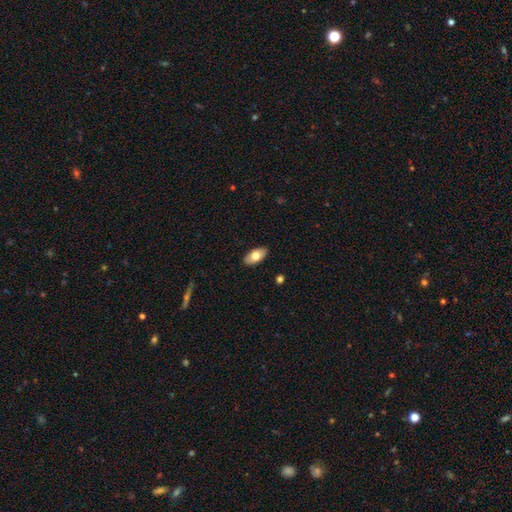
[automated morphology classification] Smooth or featured? Predicted: smooth (p=0.71). How rounded? Predicted: in between (p=0.93). Merging? Predicted: none (p=0.89).